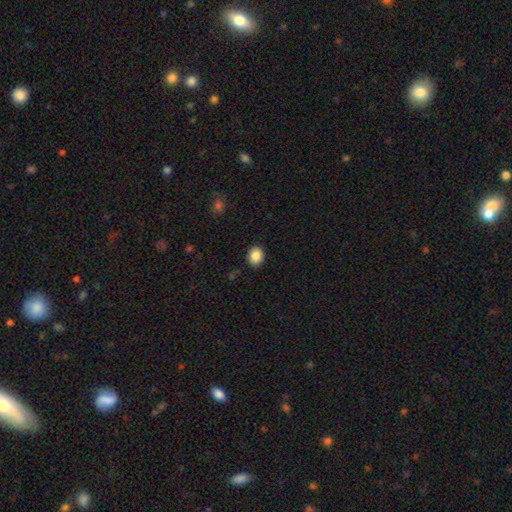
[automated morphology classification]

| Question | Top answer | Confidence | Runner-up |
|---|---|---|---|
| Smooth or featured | smooth | 87% | star or artifact (9%) |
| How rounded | round | 61% | in between (38%) |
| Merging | none | 90% | minor disturbance (7%) |